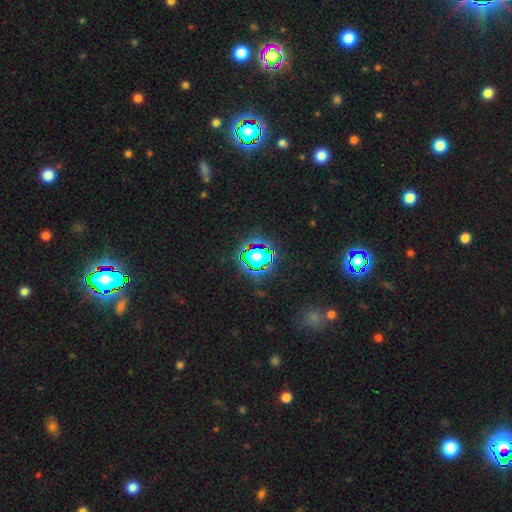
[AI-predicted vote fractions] Q: Smooth or featured?
A: star or artifact (63%); runner-up: smooth (24%)